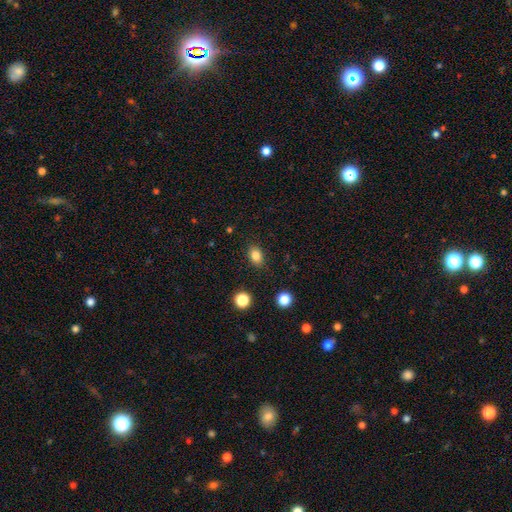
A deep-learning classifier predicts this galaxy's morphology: A smooth galaxy with no disk features (83%) that is in between round and cigar-shaped (75%). Merging: none (87%).